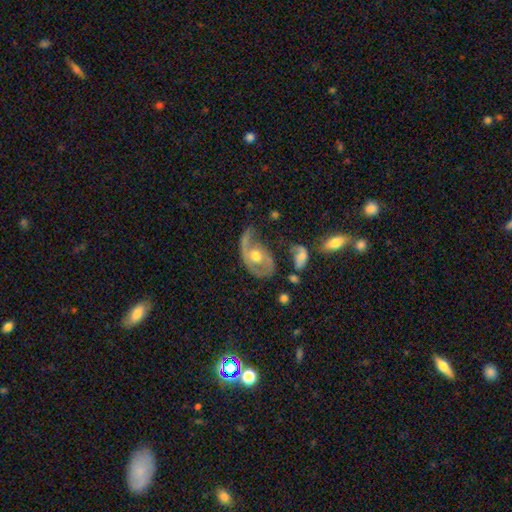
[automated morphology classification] Q: Smooth or featured?
A: featured or disk (77%); runner-up: smooth (16%)
Q: Edge-on disk?
A: no (95%); runner-up: yes (5%)
Q: Bar?
A: no (72%); runner-up: weak (21%)
Q: Spiral arms?
A: yes (81%); runner-up: no (19%)
Q: Spiral winding?
A: medium (39%); runner-up: loose (35%)
Q: Spiral arm count?
A: 2 (48%); runner-up: 1 (36%)
Q: Bulge size?
A: moderate (75%); runner-up: small (13%)
Q: Merging?
A: none (36%); runner-up: major disturbance (33%)